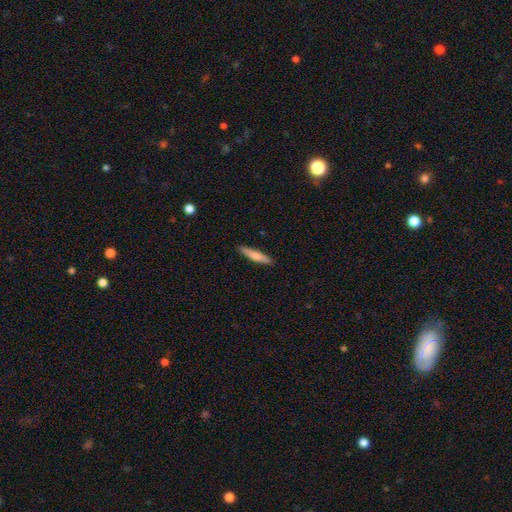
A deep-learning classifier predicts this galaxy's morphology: The model was most divided on "smooth or featured": smooth: 69%, featured or disk: 25%, star or artifact: 5%. More confident: merging — none (90%); how rounded — cigar-shaped (88%).